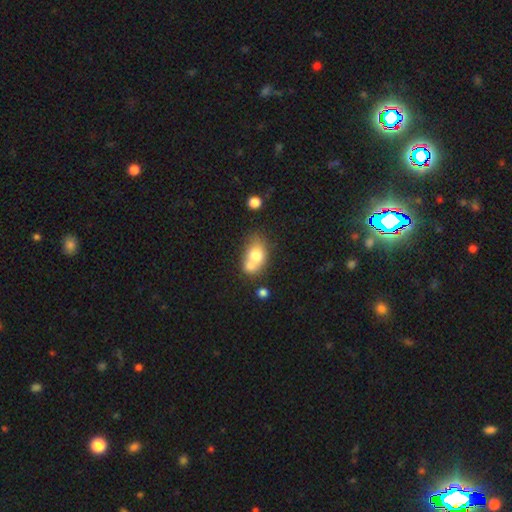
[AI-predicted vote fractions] Morphology: type=smooth (70%); roundness=in between (69%); merging=merger (52%).